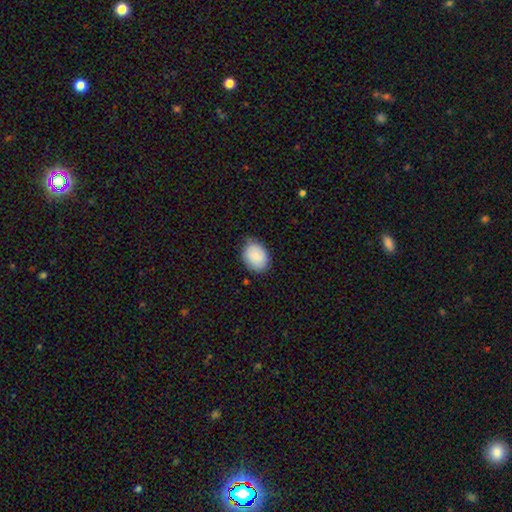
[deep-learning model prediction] Smooth or featured? smooth (89%)
How rounded? in between (71%)
Merging? none (73%)